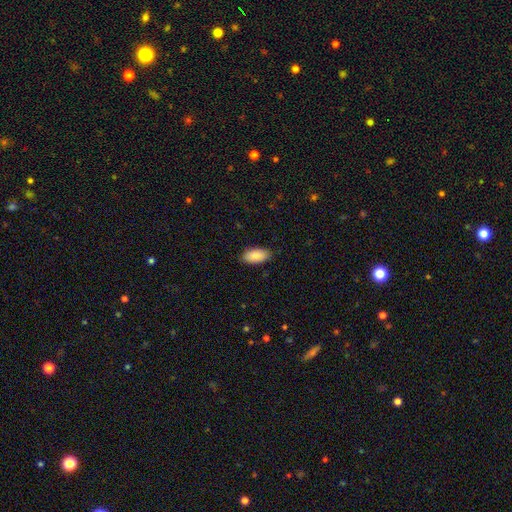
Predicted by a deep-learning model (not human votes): Q: Smooth or featured?
A: smooth (89%); runner-up: star or artifact (6%)
Q: How rounded?
A: in between (93%); runner-up: cigar-shaped (5%)
Q: Merging?
A: none (86%); runner-up: minor disturbance (11%)